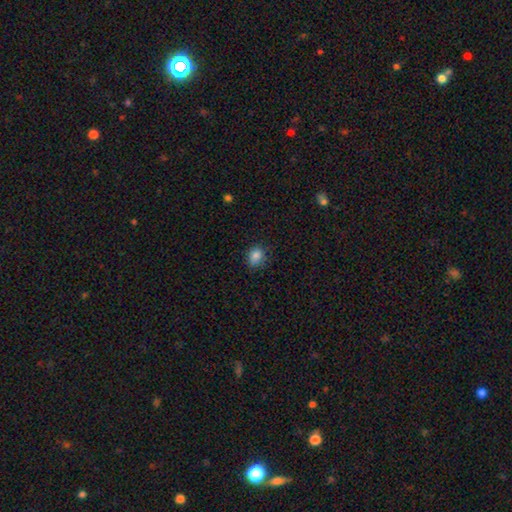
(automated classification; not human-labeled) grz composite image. It shows a smooth galaxy with no disk features (85%) that is round (54%). Merging: none (76%).